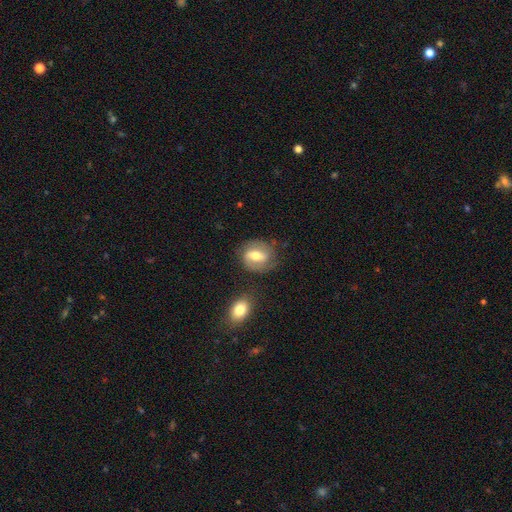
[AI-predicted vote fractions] Morphology: type=featured or disk (57%); edge-on=no (95%); bar=weak (43%); spiral arms=yes (77%); bulge=moderate (70%); merging=none (72%).